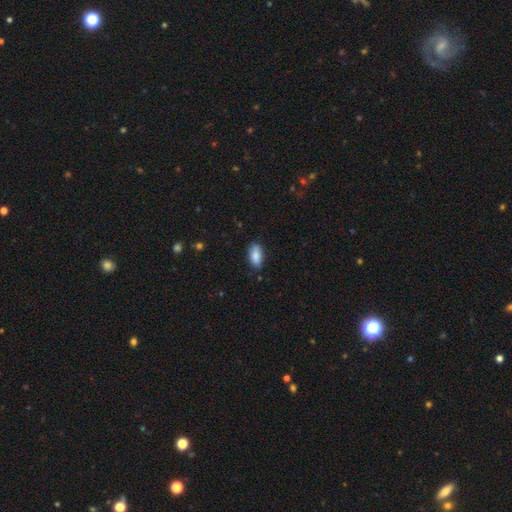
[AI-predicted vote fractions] smooth 85%, featured or disk 8%, star or artifact 7%. Down the decision tree: how rounded — in between (88%); merging — none (78%).